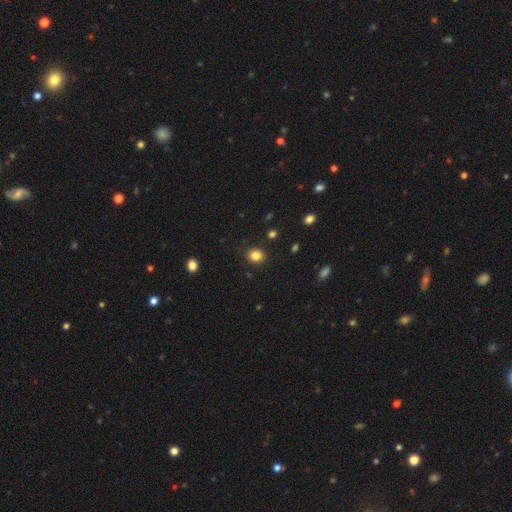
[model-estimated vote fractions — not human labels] Smooth or featured?
  - smooth: 83% *
  - star or artifact: 12%
  - featured or disk: 5%
How rounded?
  - round: 72% *
  - in between: 27%
  - cigar-shaped: 1%
Merging?
  - none: 89% *
  - minor disturbance: 7%
  - major disturbance: 2%
  - merger: 1%